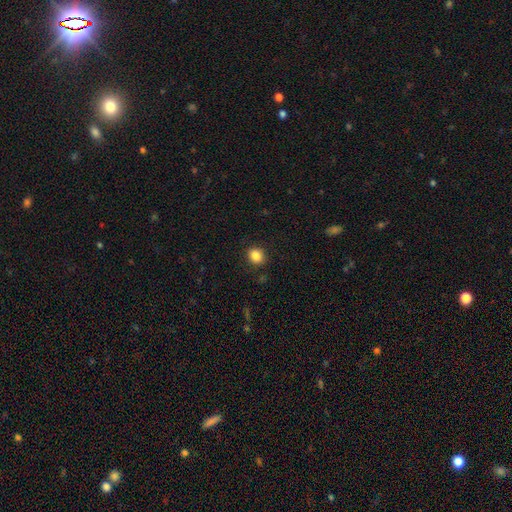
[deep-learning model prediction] Q: Smooth or featured?
A: smooth (86%); runner-up: star or artifact (10%)
Q: How rounded?
A: round (70%); runner-up: in between (29%)
Q: Merging?
A: none (88%); runner-up: minor disturbance (8%)